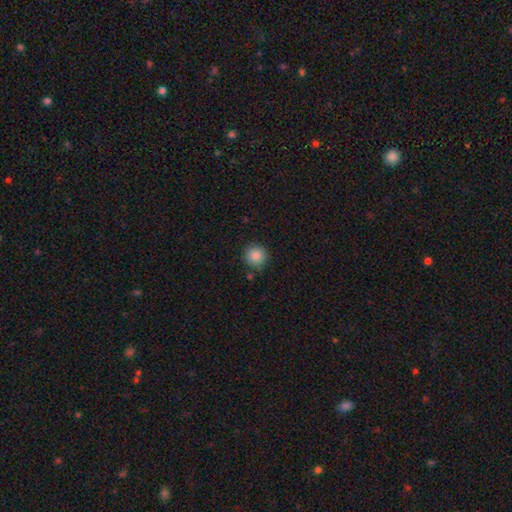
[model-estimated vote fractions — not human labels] The model was most divided on "smooth or featured": smooth: 85%, star or artifact: 9%, featured or disk: 6%. More confident: how rounded — round (94%); merging — none (86%).